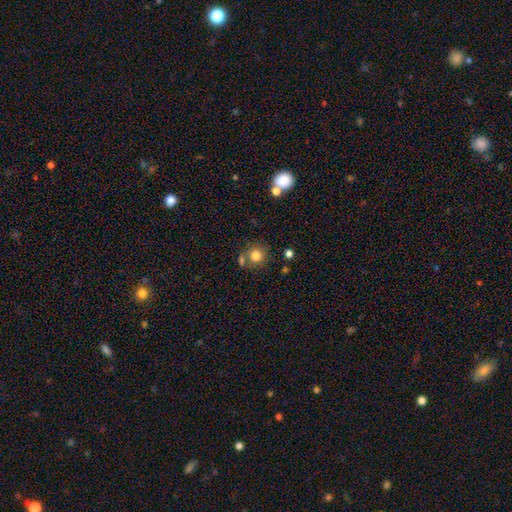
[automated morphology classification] Q: Smooth or featured?
A: smooth (80%); runner-up: star or artifact (12%)
Q: How rounded?
A: round (88%); runner-up: in between (11%)
Q: Merging?
A: none (66%); runner-up: merger (17%)